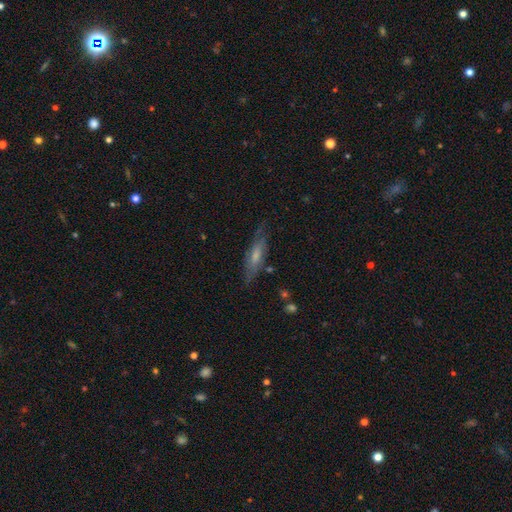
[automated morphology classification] Smooth or featured?
  - featured or disk: 51% *
  - smooth: 41%
  - star or artifact: 7%
Edge-on disk?
  - yes: 53% *
  - no: 47%
Merging?
  - none: 69% *
  - minor disturbance: 21%
  - major disturbance: 7%
  - merger: 3%